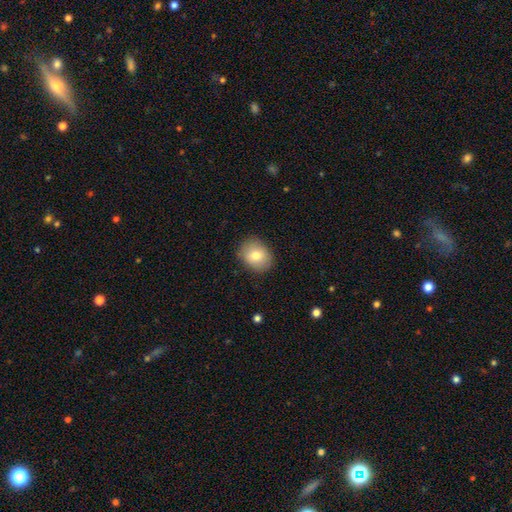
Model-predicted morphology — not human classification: Q: Smooth or featured?
A: smooth (77%); runner-up: featured or disk (14%)
Q: How rounded?
A: round (57%); runner-up: in between (43%)
Q: Merging?
A: none (85%); runner-up: minor disturbance (11%)